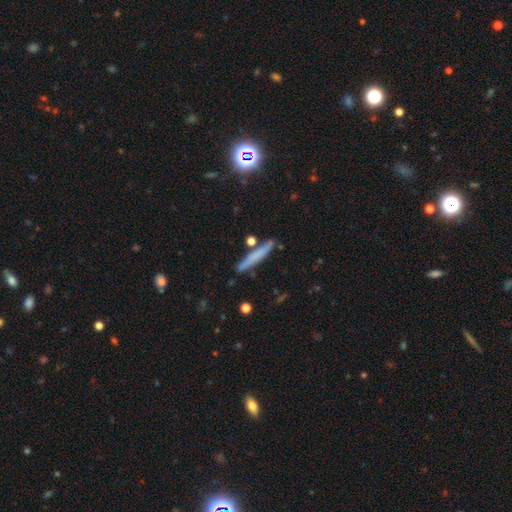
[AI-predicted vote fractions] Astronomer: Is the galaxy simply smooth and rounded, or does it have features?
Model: smooth — 62%.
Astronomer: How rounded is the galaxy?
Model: cigar-shaped — 94%.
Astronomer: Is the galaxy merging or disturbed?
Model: none — 83%.